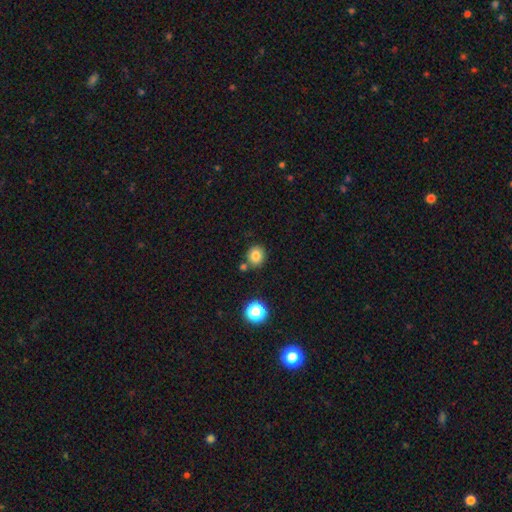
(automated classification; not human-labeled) A smooth galaxy with no disk features (82%) that is round (85%). Merging: none (76%).